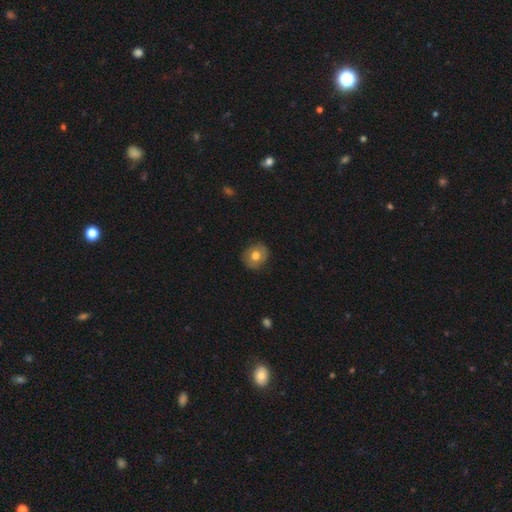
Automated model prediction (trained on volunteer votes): Smooth or featured: smooth — 71% (featured or disk — 21%)
How rounded: round — 75% (in between — 24%)
Merging: none — 87% (minor disturbance — 10%)